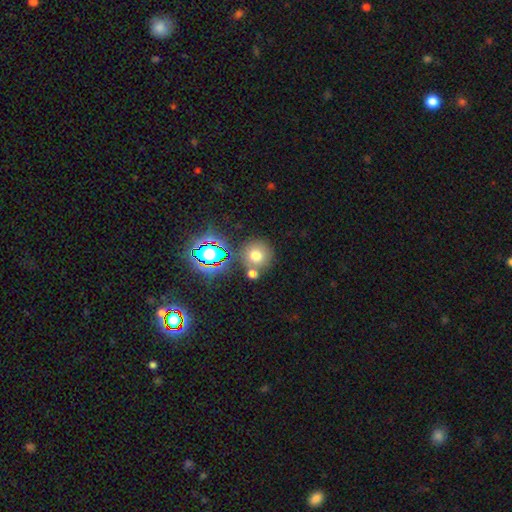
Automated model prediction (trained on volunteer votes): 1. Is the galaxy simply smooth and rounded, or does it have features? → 67% smooth, 21% star or artifact, 11% featured or disk.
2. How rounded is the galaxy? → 91% round, 8% in between, 1% cigar-shaped.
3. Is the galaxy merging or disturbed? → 69% none, 17% merger, 9% minor disturbance, 4% major disturbance.